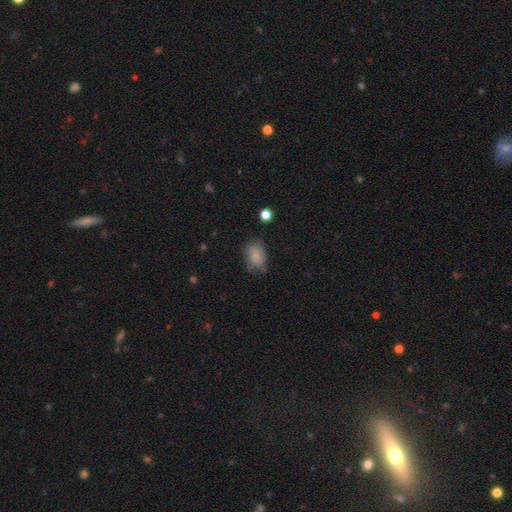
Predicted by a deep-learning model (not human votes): Smooth or featured: smooth — 79% (featured or disk — 12%)
How rounded: in between — 79% (round — 19%)
Merging: none — 59% (minor disturbance — 29%)